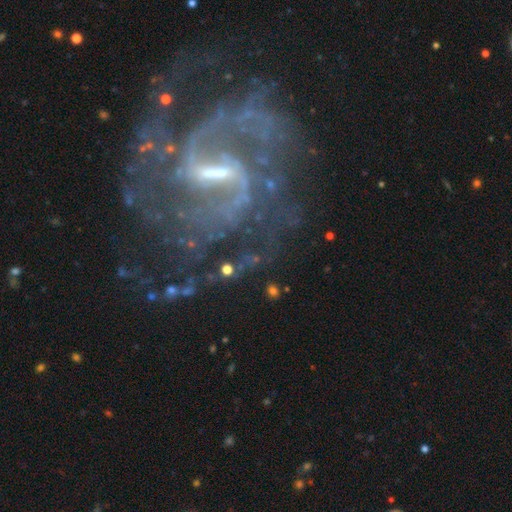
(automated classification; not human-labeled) smooth-or-featured: featured or disk: 91% | star or artifact: 6% | smooth: 3%
  disk-edge-on: no: 98% | yes: 2%
    bar: weak: 51% | strong: 40% | no: 9%
    has-spiral-arms: yes: 98% | no: 2%
      spiral-winding: medium: 53% | tight: 27% | loose: 20%
      spiral-arm-count: 2: 58% | can't tell: 13% | 3: 11% | 4: 7% | more than 4: 6% | 1: 6%
    bulge-size: small: 61% | moderate: 26% | none: 10% | large: 2% | dominant: 1%
  merging: none: 69% | minor disturbance: 15% | major disturbance: 13% | merger: 3%